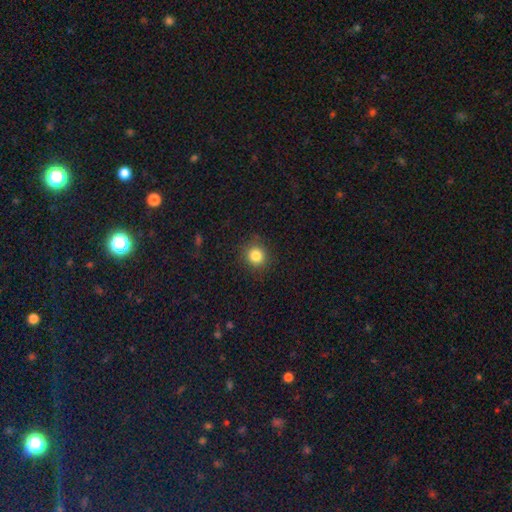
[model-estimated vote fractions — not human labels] The model was most divided on "smooth or featured": smooth: 83%, star or artifact: 12%, featured or disk: 5%. More confident: how rounded — round (91%); merging — none (89%).